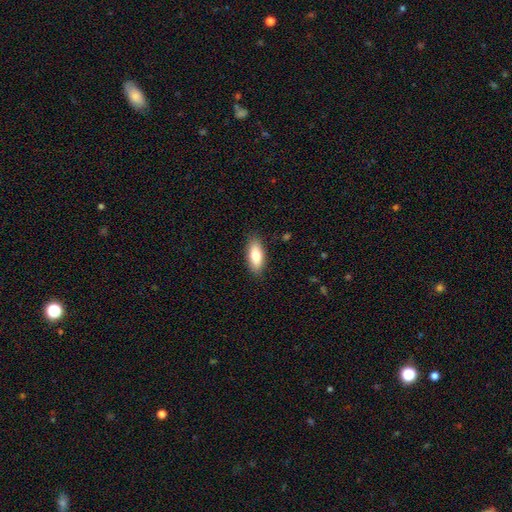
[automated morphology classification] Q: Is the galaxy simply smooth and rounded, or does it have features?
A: smooth — 78%.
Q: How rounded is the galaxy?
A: in between — 80%.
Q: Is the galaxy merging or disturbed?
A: none — 87%.